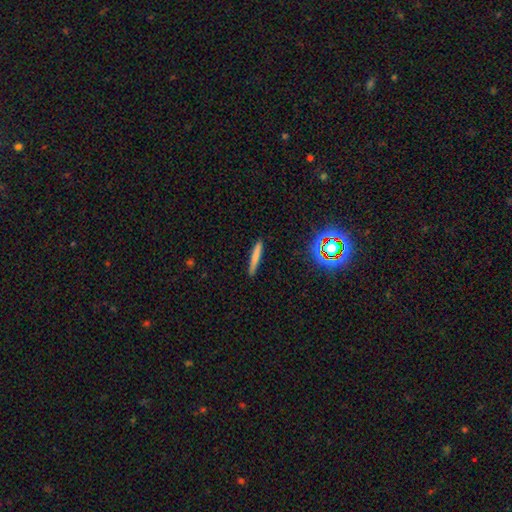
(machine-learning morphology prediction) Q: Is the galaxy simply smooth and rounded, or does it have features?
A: smooth — 74%.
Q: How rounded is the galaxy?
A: cigar-shaped — 94%.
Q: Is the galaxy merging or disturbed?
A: none — 88%.